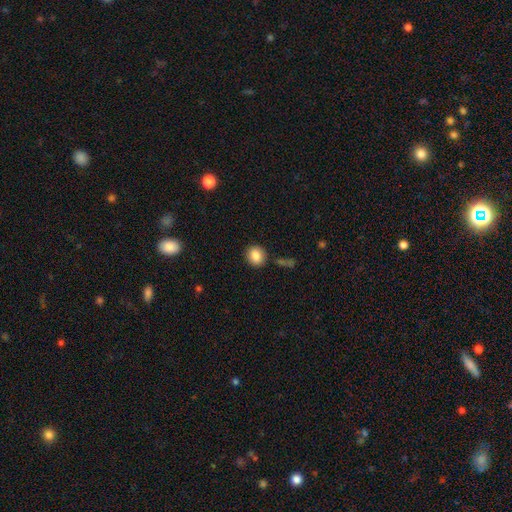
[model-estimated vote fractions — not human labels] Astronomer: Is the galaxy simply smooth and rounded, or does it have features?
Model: smooth — 86%.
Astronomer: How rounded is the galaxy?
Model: round — 82%.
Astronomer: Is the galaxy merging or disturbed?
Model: none — 87%.